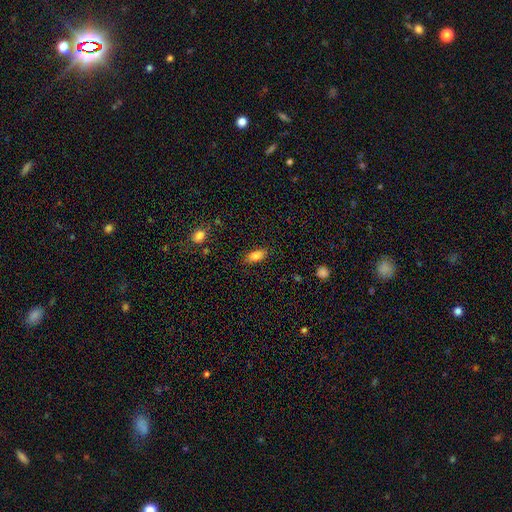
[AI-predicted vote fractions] smooth_or_featured: smooth (p=0.84) [alt: star or artifact p=0.08]
how_rounded: in between (p=0.85) [alt: cigar-shaped p=0.11]
merging: none (p=0.84) [alt: minor disturbance p=0.12]